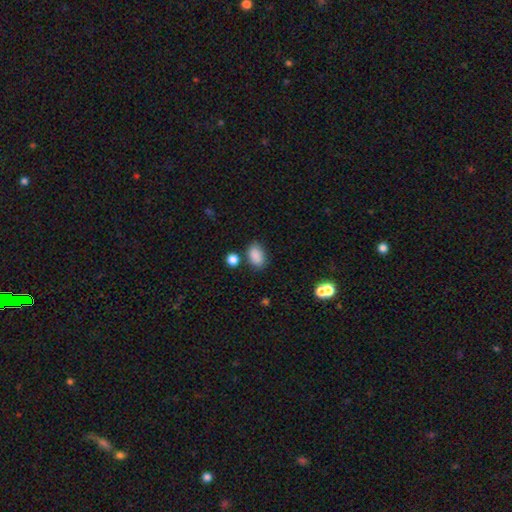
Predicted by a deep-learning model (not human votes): This appears to be a smooth galaxy with no disk features (88%) that is in between round and cigar-shaped (88%). Merging: none (74%).